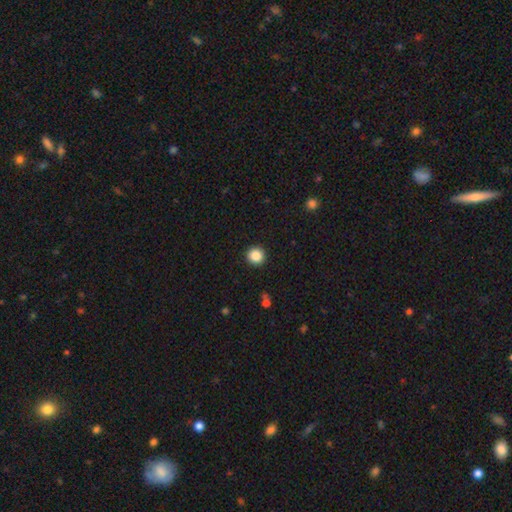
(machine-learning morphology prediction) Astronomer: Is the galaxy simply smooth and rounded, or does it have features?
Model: smooth — 87%.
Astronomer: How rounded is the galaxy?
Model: round — 94%.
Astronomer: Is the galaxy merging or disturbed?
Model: none — 93%.